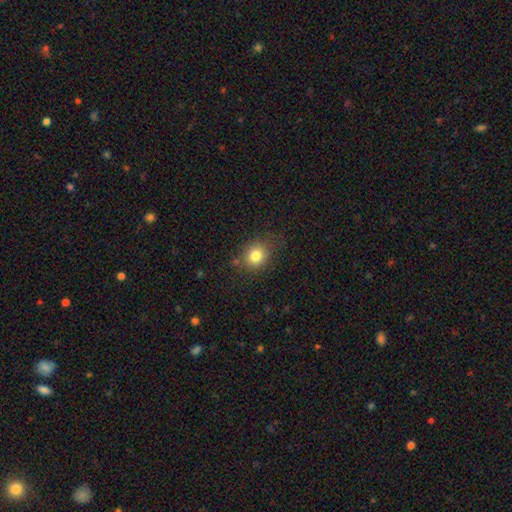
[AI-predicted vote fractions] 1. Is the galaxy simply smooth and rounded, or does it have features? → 81% smooth, 12% star or artifact, 8% featured or disk.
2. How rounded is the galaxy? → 74% round, 25% in between, 1% cigar-shaped.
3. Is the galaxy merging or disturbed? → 76% none, 16% minor disturbance, 5% major disturbance, 3% merger.